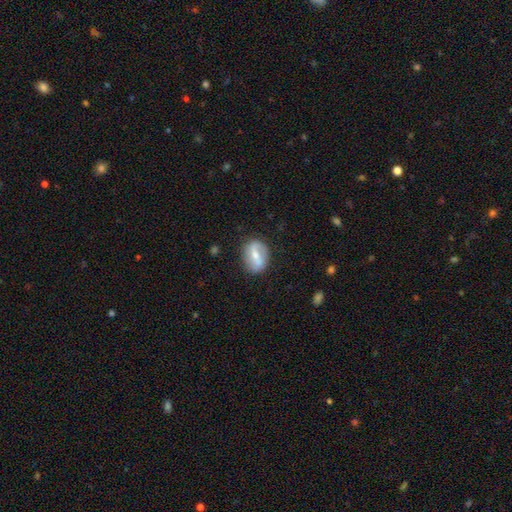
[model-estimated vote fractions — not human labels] smooth-or-featured: featured or disk: 54% | smooth: 39% | star or artifact: 7%
  disk-edge-on: no: 92% | yes: 8%
  merging: none: 80% | minor disturbance: 14% | major disturbance: 4% | merger: 2%